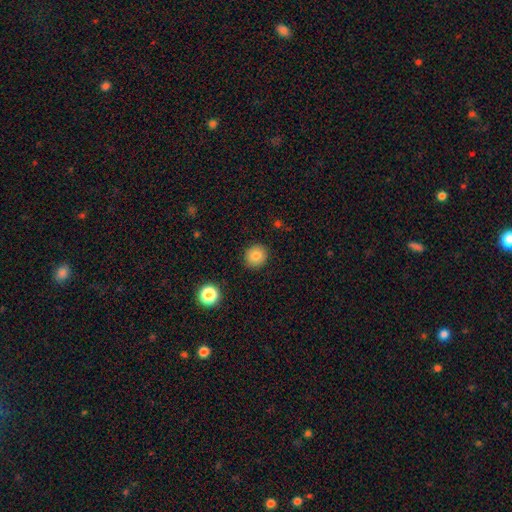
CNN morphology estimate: Smooth or featured? Predicted: smooth (p=0.84). How rounded? Predicted: round (p=0.87). Merging? Predicted: none (p=0.90).